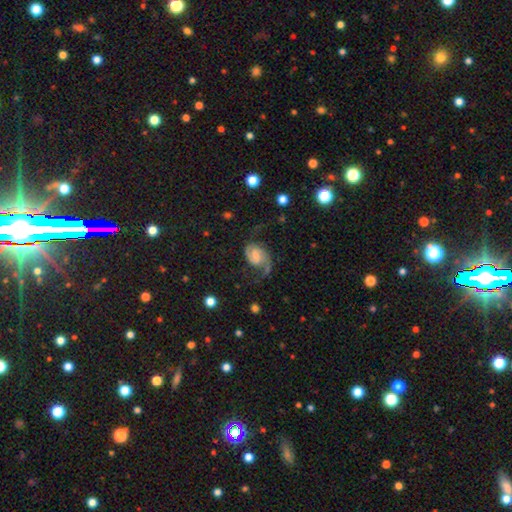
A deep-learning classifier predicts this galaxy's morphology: This appears to be a featured or disk galaxy (80%) with a weak bar (49%), 2 (83%) medium (47%) spiral arms (95%) and a small central bulge (45%). Merging: none (56%).